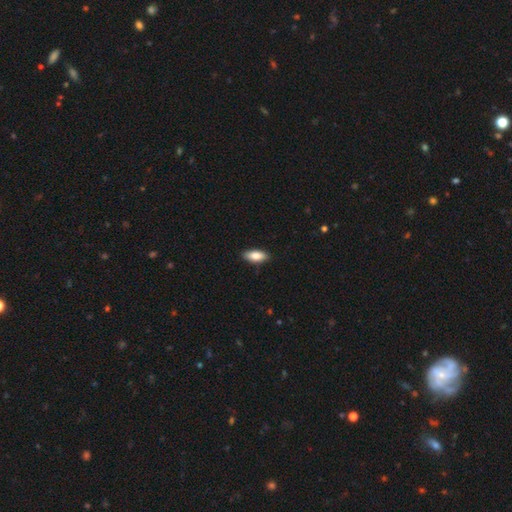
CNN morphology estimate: This is clearly a smooth galaxy (84%). How rounded: clearly in between (84%). Merging: clearly none (89%).